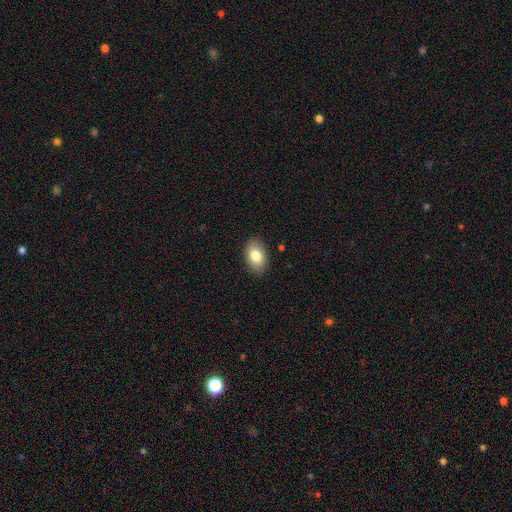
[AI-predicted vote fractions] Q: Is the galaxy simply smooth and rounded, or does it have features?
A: smooth — 82%.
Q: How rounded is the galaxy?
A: in between — 88%.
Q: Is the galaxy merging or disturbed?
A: none — 88%.